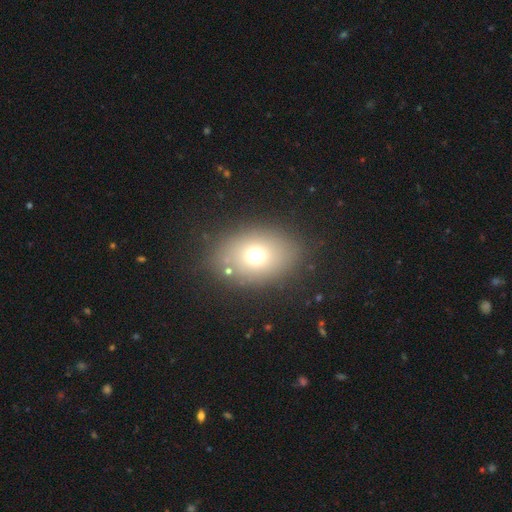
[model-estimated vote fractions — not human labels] Smooth or featured? Predicted: smooth (p=0.69). How rounded? Predicted: in between (p=0.61). Merging? Predicted: none (p=0.81).